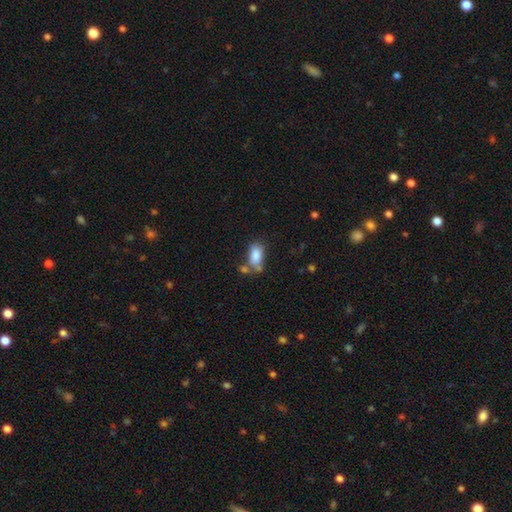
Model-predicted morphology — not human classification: This appears to be a smooth galaxy with no disk features (82%) that is in between round and cigar-shaped (90%). Merging: none (45%).